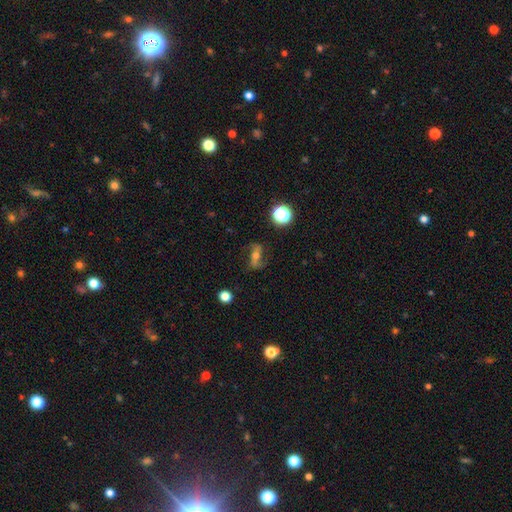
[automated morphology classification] Smooth or featured? featured or disk (69%)
Edge-on disk? no (90%)
Bar? strong (35%, tied with no)
Spiral arms? yes (90%)
Spiral winding? loose (71%)
Spiral arm count? 2 (92%)
Bulge size? moderate (57%)
Merging? none (75%)